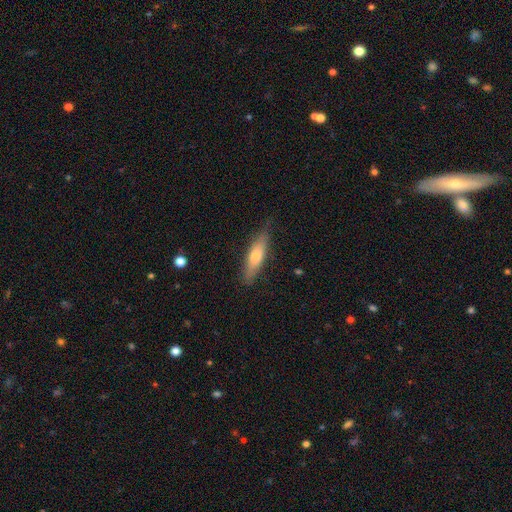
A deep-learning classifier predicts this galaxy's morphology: Smooth or featured: smooth — 61% (featured or disk — 33%)
How rounded: cigar-shaped — 70% (in between — 29%)
Merging: none — 81% (minor disturbance — 15%)